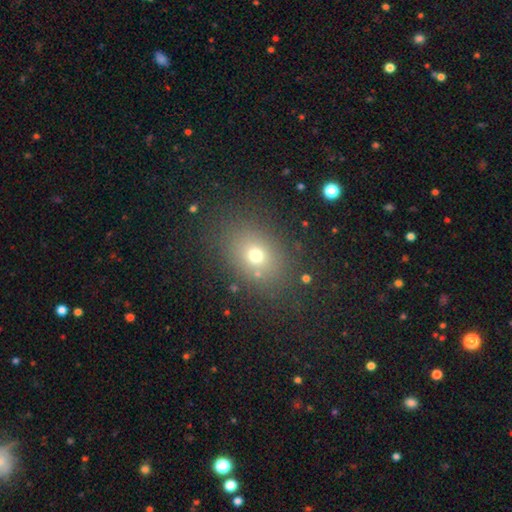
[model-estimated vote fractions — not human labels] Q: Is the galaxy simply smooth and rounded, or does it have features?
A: smooth — 68%.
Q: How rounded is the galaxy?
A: in between — 56%.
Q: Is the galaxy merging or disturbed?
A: none — 81%.